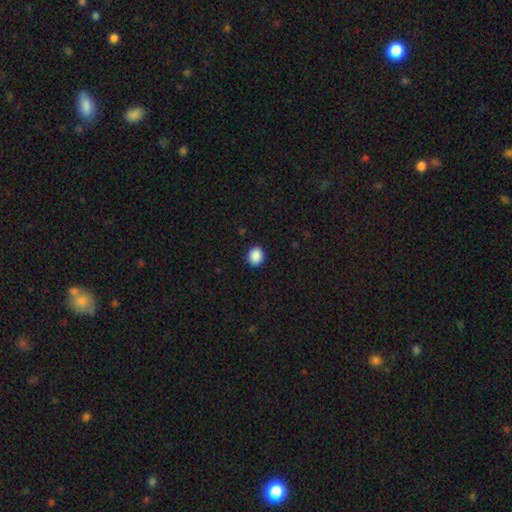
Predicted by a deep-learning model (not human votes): Smooth or featured: smooth — 89% (star or artifact — 8%)
How rounded: round — 68% (in between — 31%)
Merging: none — 91% (minor disturbance — 7%)